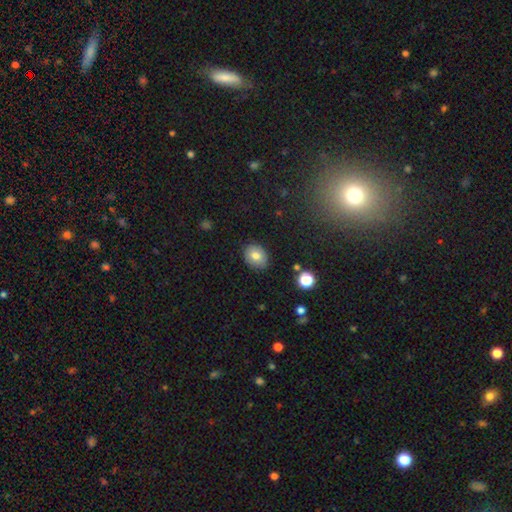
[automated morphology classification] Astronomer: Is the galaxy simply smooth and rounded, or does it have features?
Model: smooth — 78%.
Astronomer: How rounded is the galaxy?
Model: in between — 53% (runner-up: round, 46%).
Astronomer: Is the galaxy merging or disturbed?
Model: none — 86%.